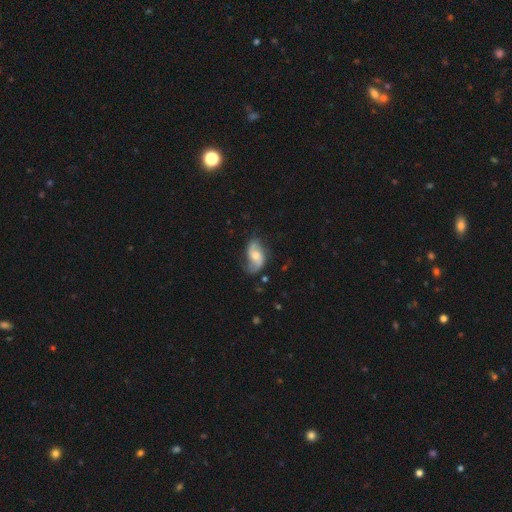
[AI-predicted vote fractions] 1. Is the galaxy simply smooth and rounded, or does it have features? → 65% featured or disk, 29% smooth, 7% star or artifact.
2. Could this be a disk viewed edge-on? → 96% no, 4% yes.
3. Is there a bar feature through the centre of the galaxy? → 60% no, 32% weak, 8% strong.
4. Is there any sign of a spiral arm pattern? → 90% yes, 10% no.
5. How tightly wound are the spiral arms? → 61% loose, 29% medium, 11% tight.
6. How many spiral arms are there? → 83% 2, 7% 1, 7% can't tell, 1% 3, 1% 4, 1% more than 4.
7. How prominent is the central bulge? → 58% moderate, 31% small, 6% large, 3% none, 1% dominant.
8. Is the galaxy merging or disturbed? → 59% none, 27% minor disturbance, 12% major disturbance, 2% merger.